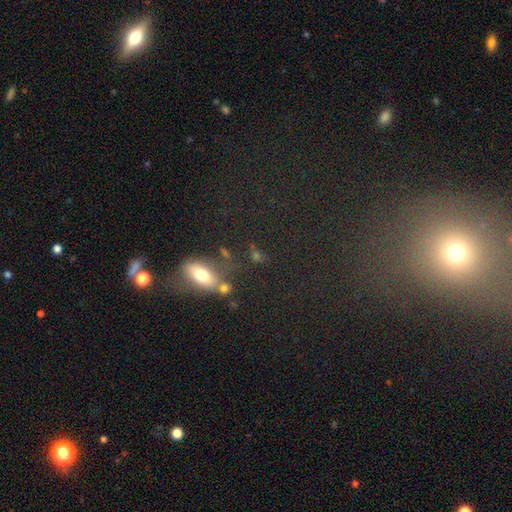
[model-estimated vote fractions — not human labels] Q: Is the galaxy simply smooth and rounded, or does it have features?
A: smooth — 56%.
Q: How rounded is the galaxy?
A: in between — 55%.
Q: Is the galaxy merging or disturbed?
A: none — 60%.